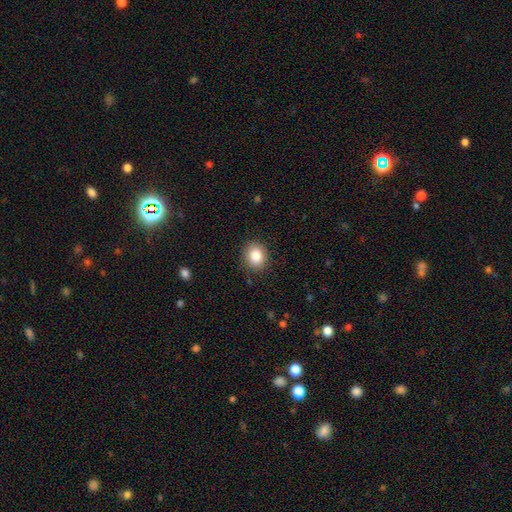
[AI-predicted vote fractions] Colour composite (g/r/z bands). It shows a smooth galaxy with no disk features (86%) that is round (64%). Merging: none (87%).